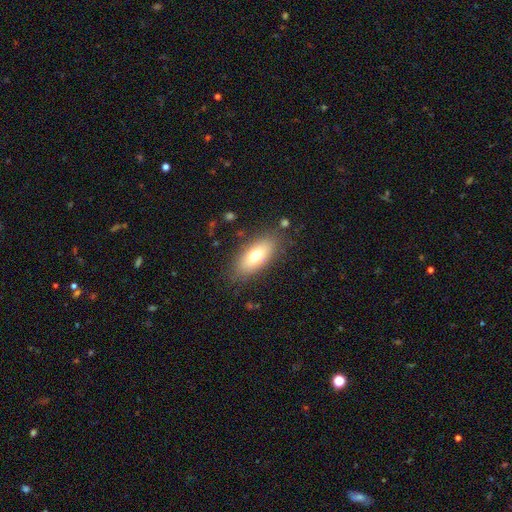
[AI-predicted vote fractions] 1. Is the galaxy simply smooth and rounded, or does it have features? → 71% smooth, 21% featured or disk, 8% star or artifact.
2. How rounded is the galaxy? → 81% in between, 15% cigar-shaped, 4% round.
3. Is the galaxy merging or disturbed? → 82% none, 12% minor disturbance, 4% major disturbance, 2% merger.